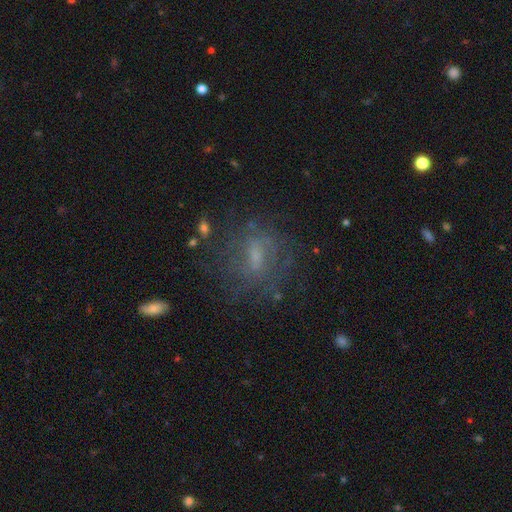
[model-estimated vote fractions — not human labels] Smooth or featured: featured or disk — 46% (smooth — 34%)
Merging: none — 68% (minor disturbance — 16%)